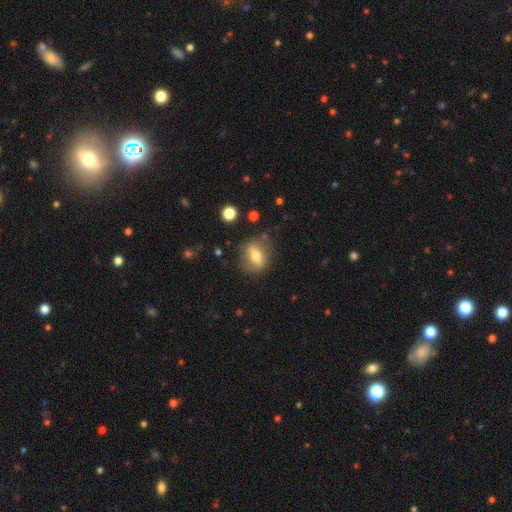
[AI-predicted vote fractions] smooth_or_featured: smooth (p=0.61) [alt: featured or disk p=0.30]
how_rounded: in between (p=0.55) [alt: round p=0.38]
merging: none (p=0.77) [alt: minor disturbance p=0.15]